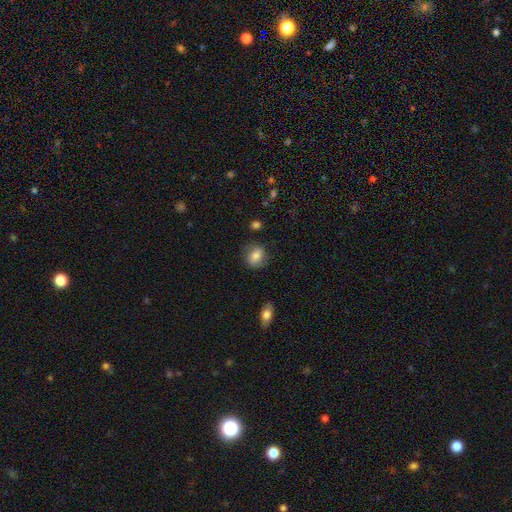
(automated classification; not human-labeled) Smooth or featured? smooth (73%)
How rounded? round (61%)
Merging? none (76%)